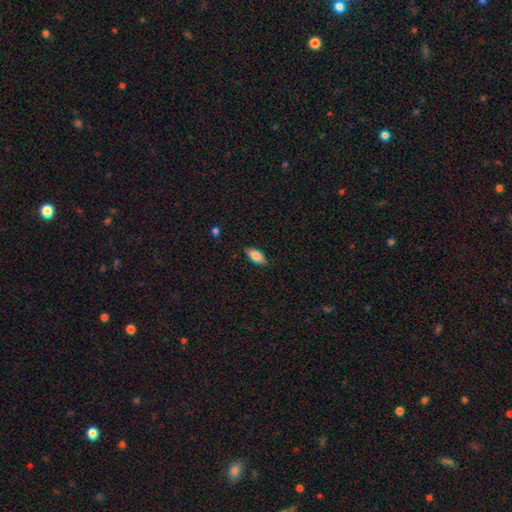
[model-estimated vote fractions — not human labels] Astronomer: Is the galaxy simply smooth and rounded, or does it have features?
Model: smooth — 82%.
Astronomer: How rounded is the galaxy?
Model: in between — 86%.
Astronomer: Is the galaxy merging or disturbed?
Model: none — 84%.